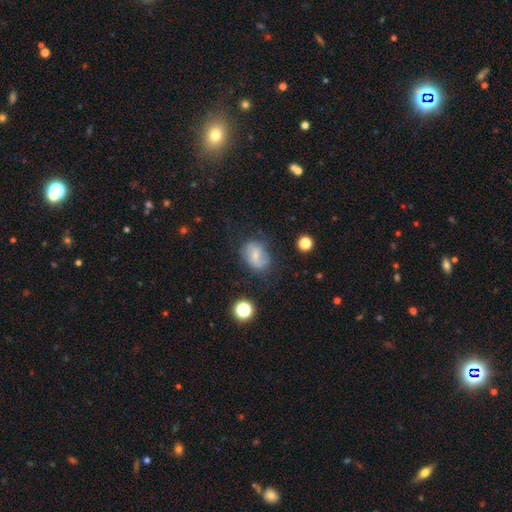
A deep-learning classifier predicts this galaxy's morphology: smooth_or_featured: smooth (p=0.58) [alt: featured or disk p=0.31]
how_rounded: in between (p=0.64) [alt: round p=0.34]
merging: none (p=0.62) [alt: minor disturbance p=0.24]